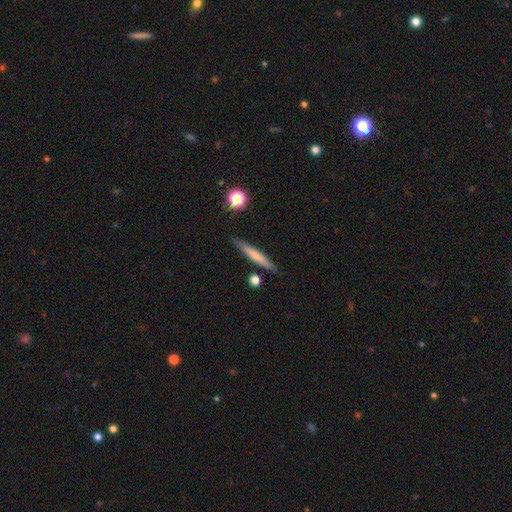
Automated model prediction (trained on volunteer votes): Smooth or featured?
  - smooth: 62% *
  - featured or disk: 32%
  - star or artifact: 6%
How rounded?
  - cigar-shaped: 94% *
  - in between: 5%
  - round: 2%
Merging?
  - none: 85% *
  - minor disturbance: 9%
  - merger: 3%
  - major disturbance: 2%